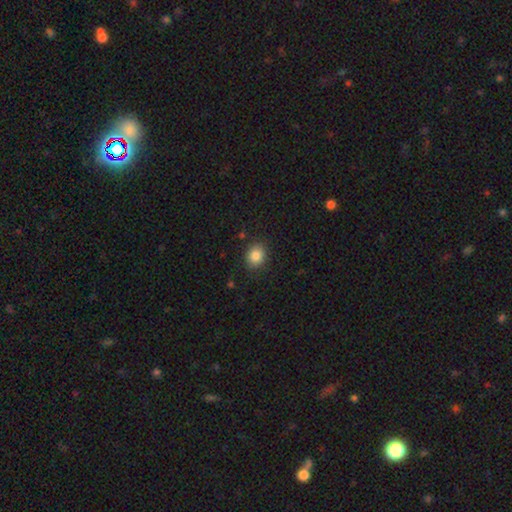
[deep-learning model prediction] Overall: smooth (85%). How rounded: round (65%; in between 34%). Merging: none (87%).